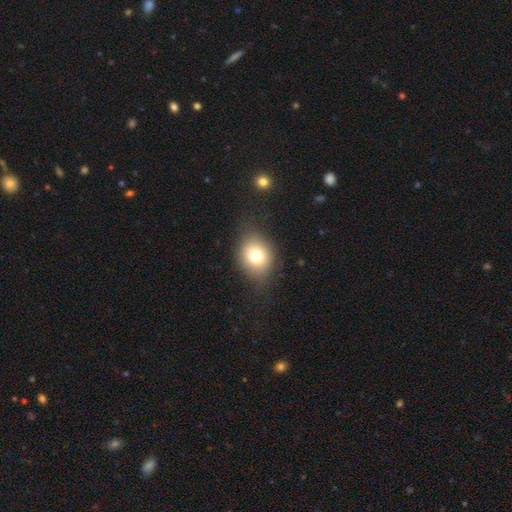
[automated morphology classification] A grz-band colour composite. It shows a smooth galaxy with no disk features (73%) that is round (58%). Merging: none (76%).